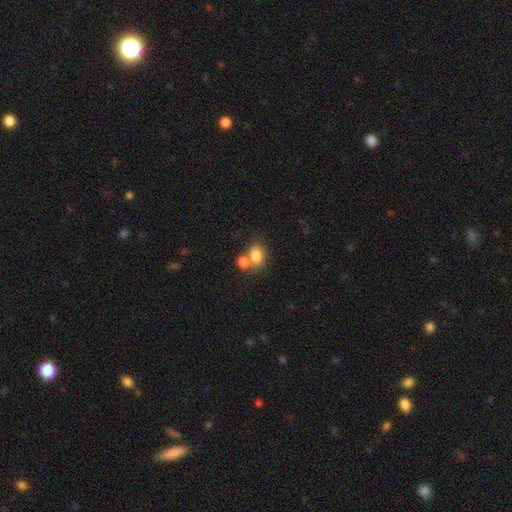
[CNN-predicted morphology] smooth-or-featured: smooth: 81% | star or artifact: 10% | featured or disk: 9%
  how-rounded: round: 50% | in between: 49% | cigar-shaped: 1%
  merging: none: 46% | merger: 41% | minor disturbance: 10% | major disturbance: 4%